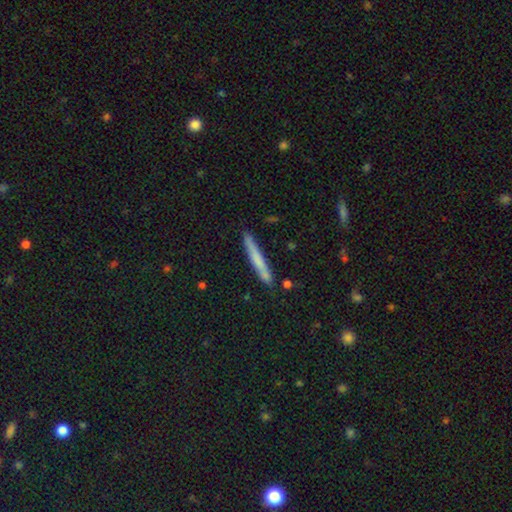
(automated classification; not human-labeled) This is possibly a smooth galaxy (59%). How rounded: clearly cigar-shaped (96%). Merging: clearly none (87%).